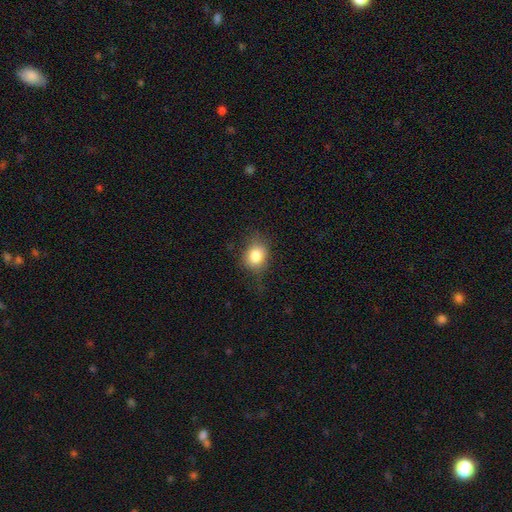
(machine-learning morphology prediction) This appears to be a smooth galaxy with no disk features (82%) that is round (60%). Merging: none (67%).